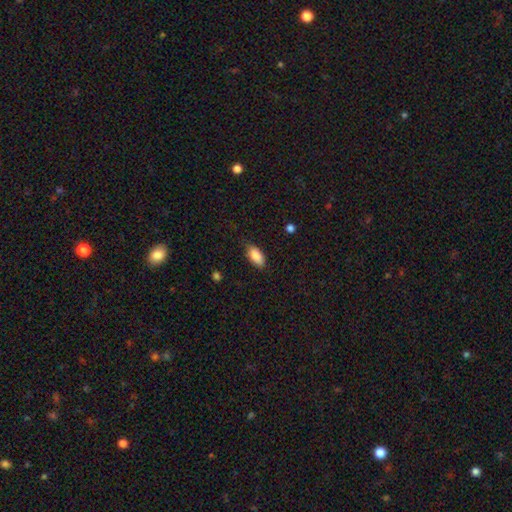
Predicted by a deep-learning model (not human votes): This appears to be a smooth galaxy with no disk features (87%) that is in between round and cigar-shaped (91%). Merging: none (77%).